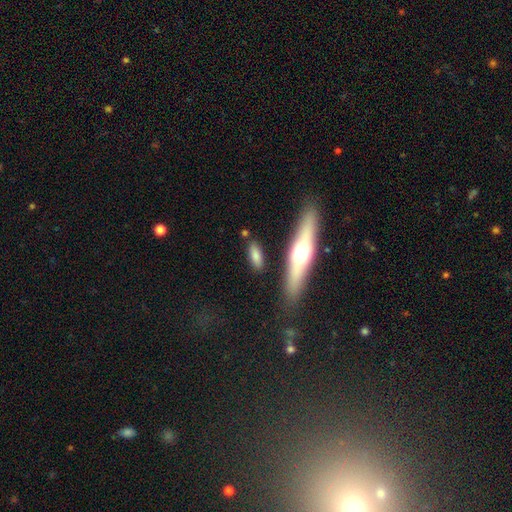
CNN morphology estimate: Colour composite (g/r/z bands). It shows a smooth galaxy with no disk features (72%) that is in between round and cigar-shaped (53%). Merging: none (80%).